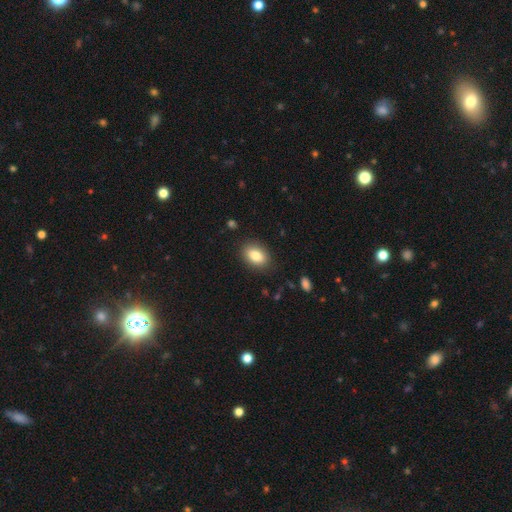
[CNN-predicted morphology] Overall: smooth (84%). How rounded: in between (83%). Merging: none (86%).